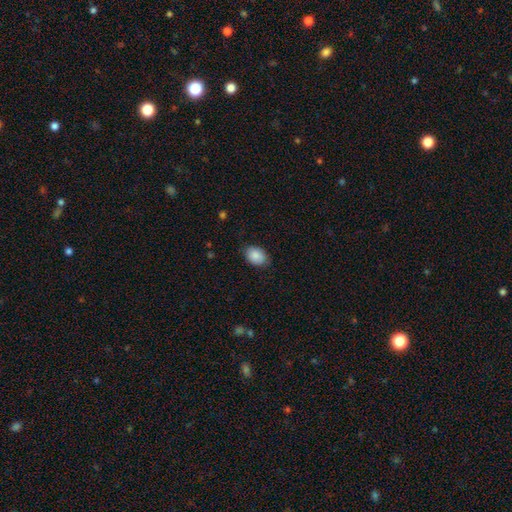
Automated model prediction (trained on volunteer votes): This appears to be a smooth galaxy with no disk features (87%) that is in between round and cigar-shaped (70%). Merging: none (80%).